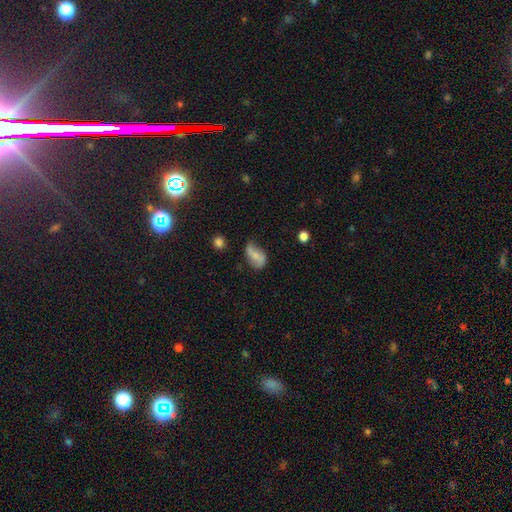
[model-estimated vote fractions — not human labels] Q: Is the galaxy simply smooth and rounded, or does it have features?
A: smooth — 48%.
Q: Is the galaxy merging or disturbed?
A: none — 43%.